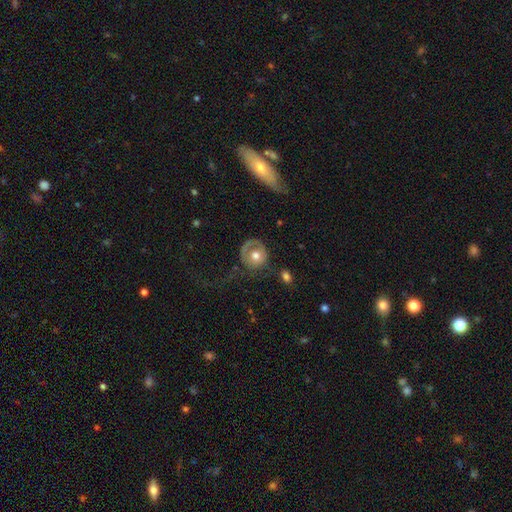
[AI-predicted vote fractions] Smooth or featured: smooth — 52% (featured or disk — 41%)
How rounded: round — 81% (in between — 18%)
Merging: none — 47% (major disturbance — 26%)